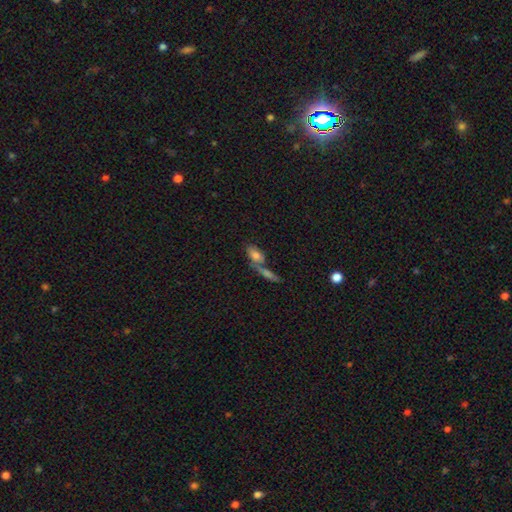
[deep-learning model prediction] Smooth or featured?
  - smooth: 70% *
  - featured or disk: 20%
  - star or artifact: 11%
How rounded?
  - in between: 83% *
  - cigar-shaped: 12%
  - round: 5%
Merging?
  - merger: 49% *
  - none: 37%
  - minor disturbance: 10%
  - major disturbance: 5%